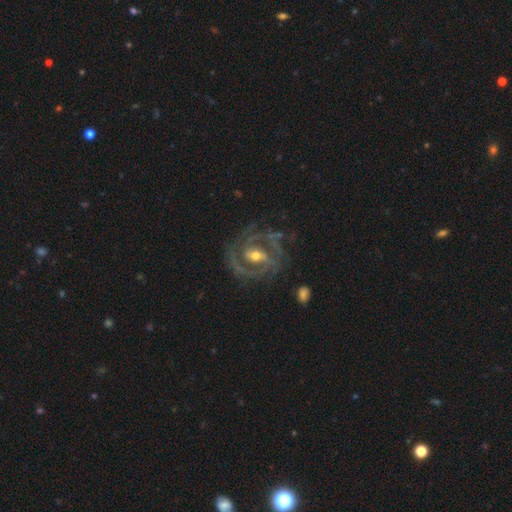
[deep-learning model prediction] This appears to be a featured or disk galaxy (91%) with a weak bar (42%), 2 (51%) tight (50%) spiral arms (96%) and a moderate central bulge (67%). Merging: none (71%).